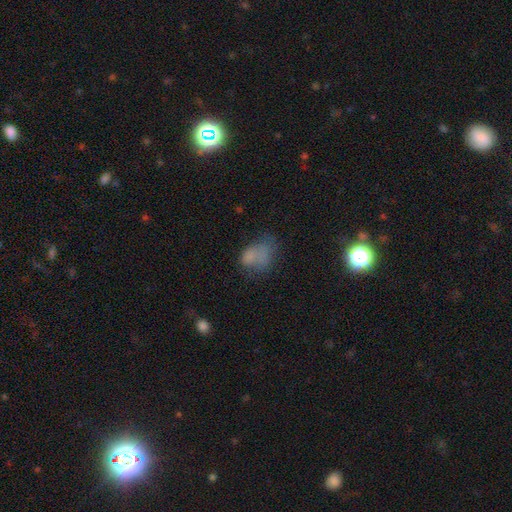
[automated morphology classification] This appears to be a smooth galaxy with no disk features (63%) that is in between round and cigar-shaped (77%). Merging: none (33%).